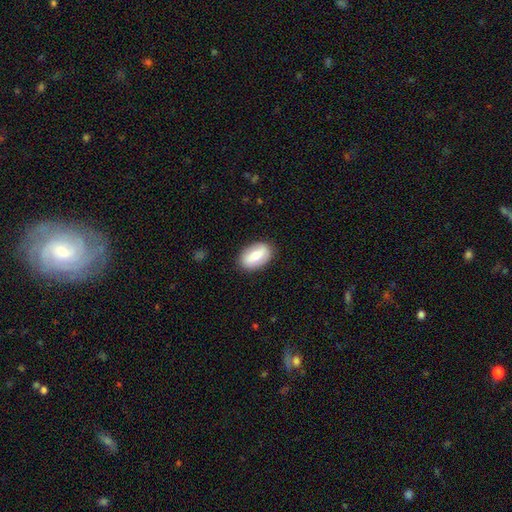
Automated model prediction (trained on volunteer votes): Smooth or featured?
  - smooth: 67% *
  - featured or disk: 27%
  - star or artifact: 6%
How rounded?
  - in between: 90% *
  - round: 8%
  - cigar-shaped: 2%
Merging?
  - none: 86% *
  - minor disturbance: 10%
  - major disturbance: 3%
  - merger: 1%